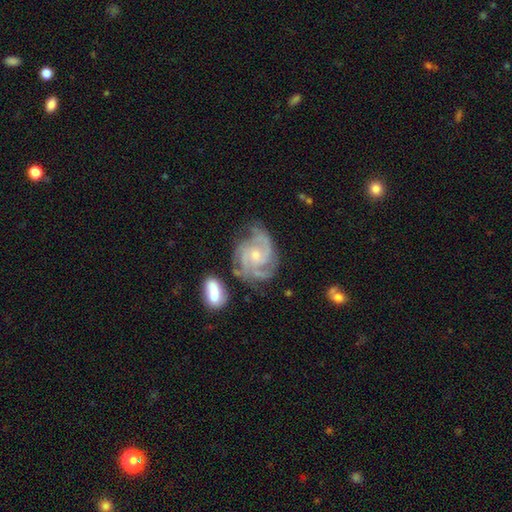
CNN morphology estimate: The model was most divided on "bulge size": small: 53%, moderate: 42%, none: 3%, large: 2%, dominant: 1%. Remaining: edge-on disk — no (98%); spiral arms — yes (97%); smooth or featured — featured or disk (88%); bar — no (67%); merging — none (60%); spiral winding — tight (52%); spiral arm count — 3 (37%).